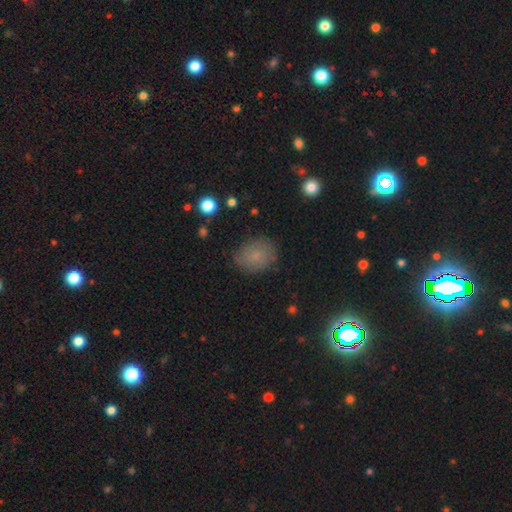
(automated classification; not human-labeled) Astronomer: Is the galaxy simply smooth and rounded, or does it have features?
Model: smooth — 68%.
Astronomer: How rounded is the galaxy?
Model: in between — 49%, tied with round at 49%.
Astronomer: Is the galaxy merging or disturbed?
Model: none — 79%.